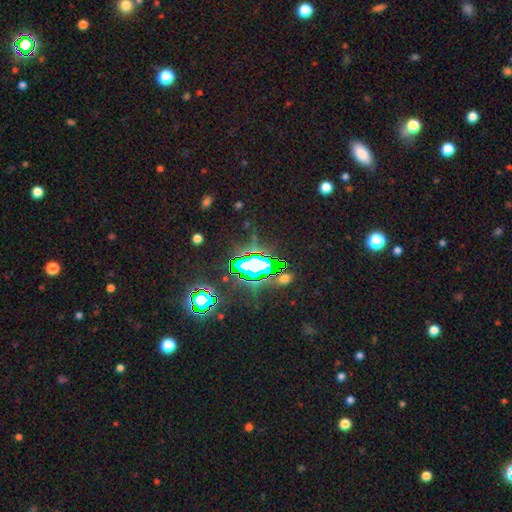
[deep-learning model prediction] Smooth or featured? Predicted: star or artifact (p=0.73).